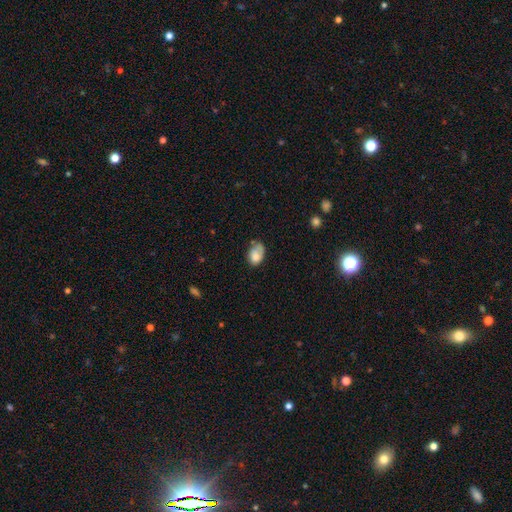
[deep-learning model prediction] smooth-or-featured: smooth: 75% | featured or disk: 16% | star or artifact: 9%
  how-rounded: in between: 84% | round: 14% | cigar-shaped: 1%
  merging: none: 43% | minor disturbance: 36% | major disturbance: 14% | merger: 7%